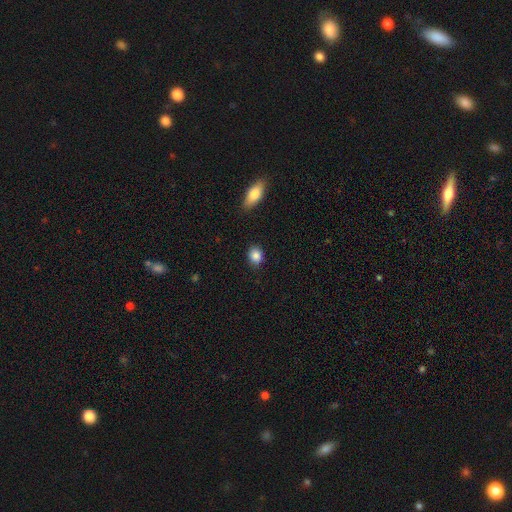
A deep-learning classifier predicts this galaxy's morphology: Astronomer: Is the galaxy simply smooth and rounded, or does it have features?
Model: smooth — 87%.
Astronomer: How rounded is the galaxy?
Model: round — 56% (runner-up: in between, 42%).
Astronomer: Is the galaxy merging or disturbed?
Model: none — 87%.